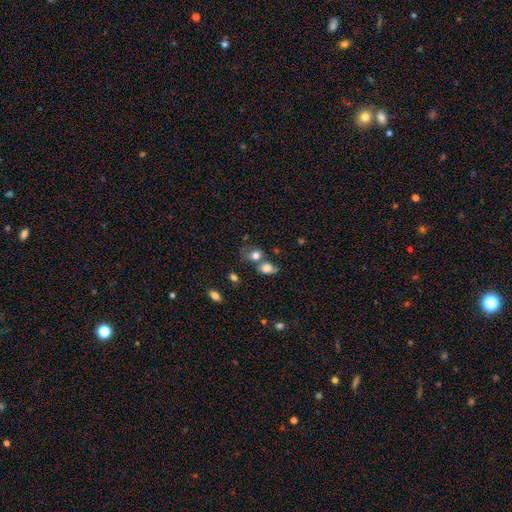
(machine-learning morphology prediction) The model was most divided on "how rounded": round: 50%, in between: 49%, cigar-shaped: 2%. Remaining: smooth or featured — smooth (76%); merging — merger (41%).